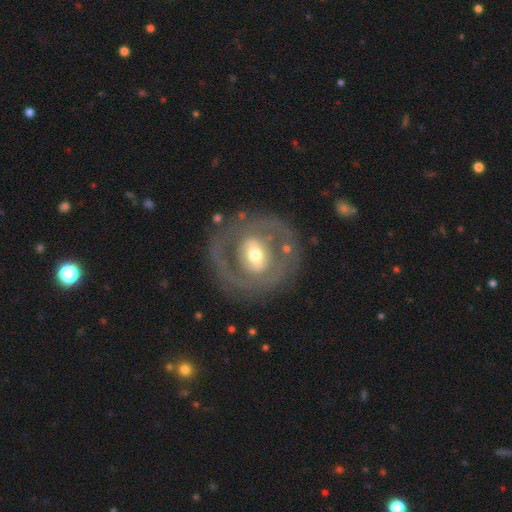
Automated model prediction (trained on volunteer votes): Q: Smooth or featured?
A: featured or disk (69%); runner-up: smooth (25%)
Q: Edge-on disk?
A: no (95%); runner-up: yes (5%)
Q: Bar?
A: no (41%); runner-up: weak (33%)
Q: Spiral arms?
A: no (65%); runner-up: yes (35%)
Q: Bulge size?
A: moderate (63%); runner-up: small (24%)
Q: Merging?
A: none (76%); runner-up: minor disturbance (13%)